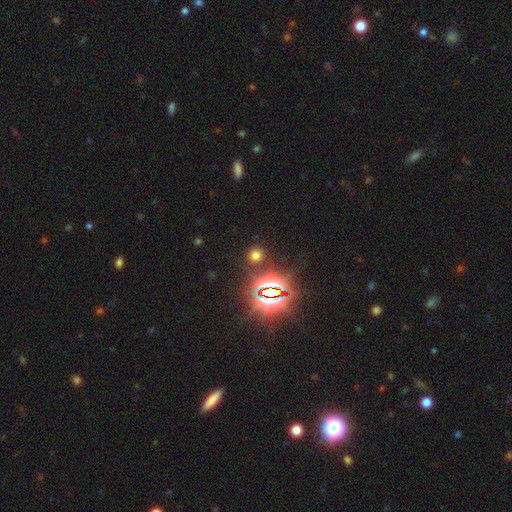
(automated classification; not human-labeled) Q: Smooth or featured?
A: smooth (57%); runner-up: star or artifact (37%)
Q: How rounded?
A: round (86%); runner-up: in between (12%)
Q: Merging?
A: none (86%); runner-up: minor disturbance (7%)